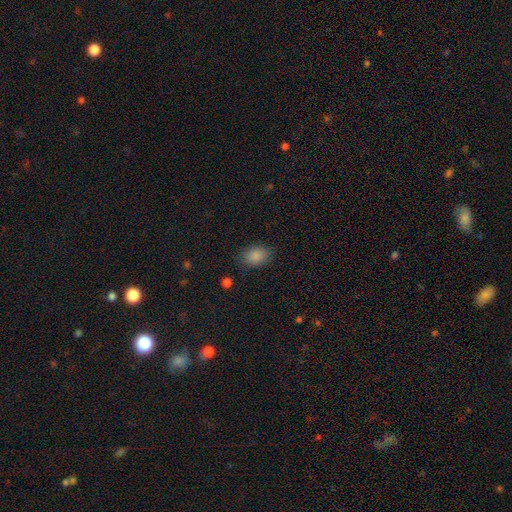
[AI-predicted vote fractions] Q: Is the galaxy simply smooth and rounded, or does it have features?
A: smooth — 87%.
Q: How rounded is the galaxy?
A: in between — 78%.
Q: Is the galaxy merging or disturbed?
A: none — 84%.